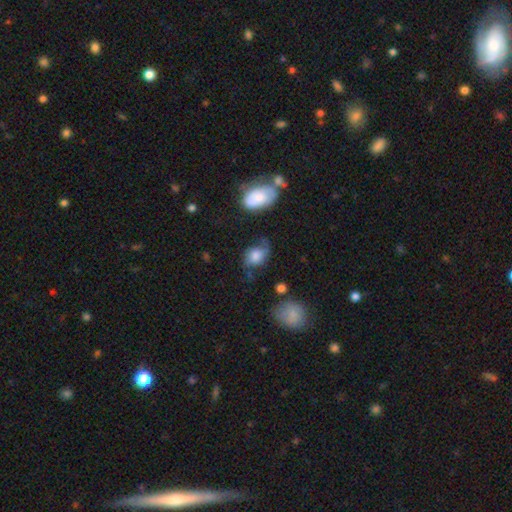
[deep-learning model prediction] The model was most divided on "merging": none: 46%, minor disturbance: 31%, major disturbance: 18%, merger: 5%. More confident: how rounded — in between (67%); smooth or featured — smooth (63%).